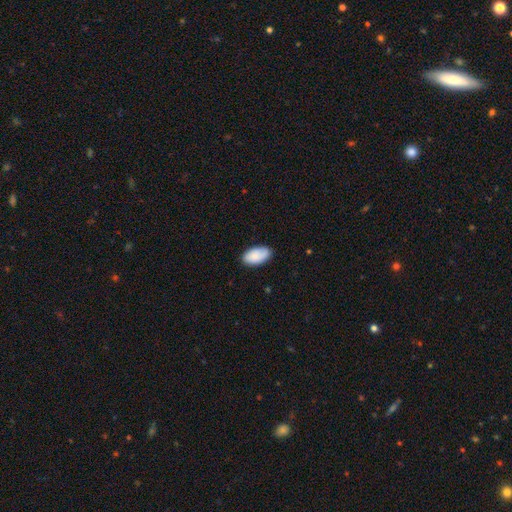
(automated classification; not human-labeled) This appears to be a smooth galaxy with no disk features (85%) that is in between round and cigar-shaped (95%). Merging: none (81%).